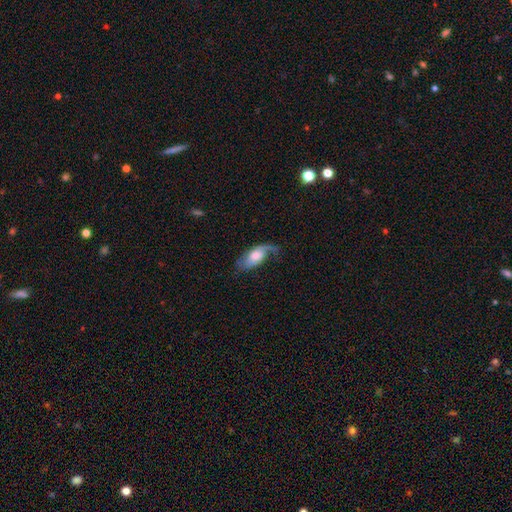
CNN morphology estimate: This appears to be a featured or disk galaxy (59%) with no bar (67%), spiral arms (86%) and a moderate central bulge (55%). Merging: none (46%).